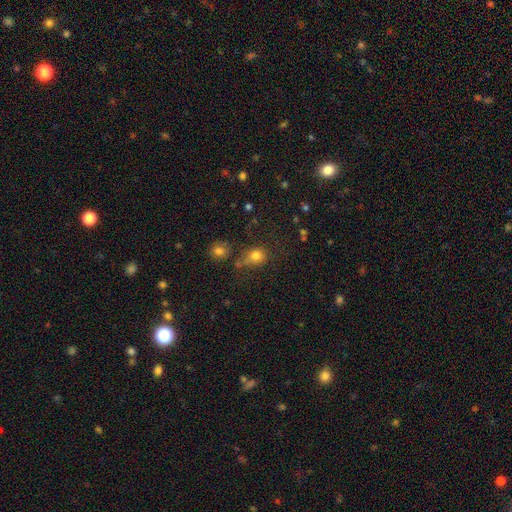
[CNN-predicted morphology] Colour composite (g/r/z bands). It shows a smooth galaxy with no disk features (78%) that is round (72%). Merging: none (58%).